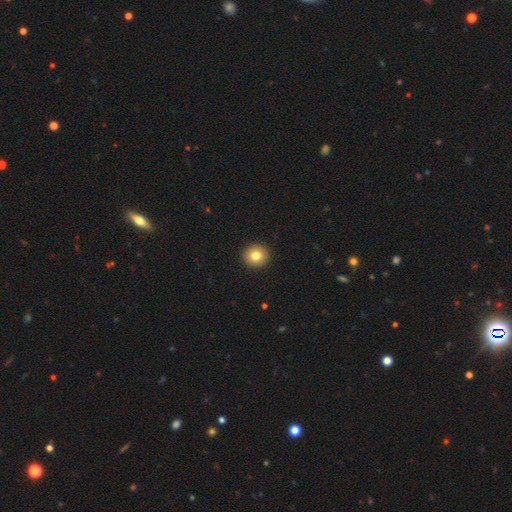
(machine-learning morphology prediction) Smooth or featured? smooth (81%)
How rounded? round (91%)
Merging? none (94%)